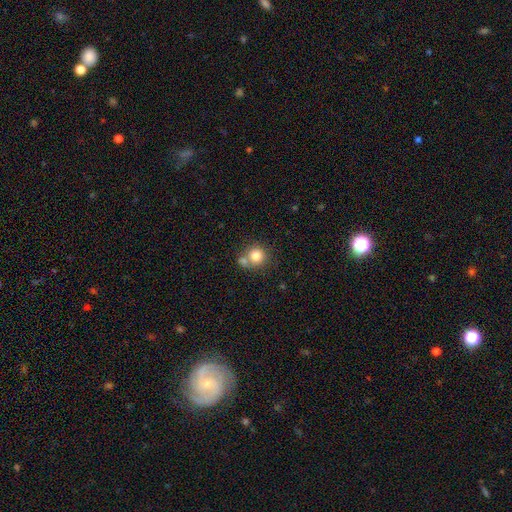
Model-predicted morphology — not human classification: smooth-or-featured: smooth: 80% | star or artifact: 10% | featured or disk: 9%
  how-rounded: round: 89% | in between: 10% | cigar-shaped: 1%
  merging: none: 56% | merger: 30% | minor disturbance: 10% | major disturbance: 4%